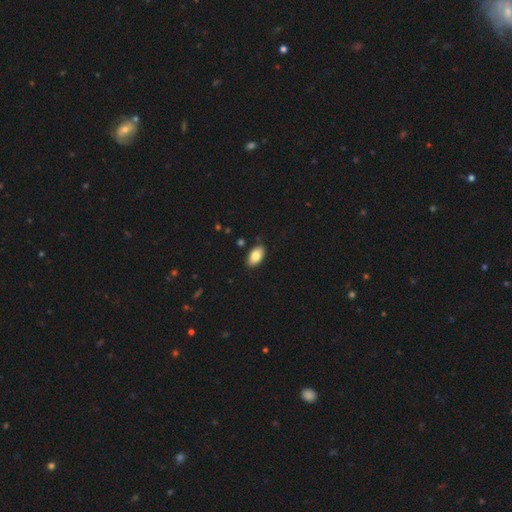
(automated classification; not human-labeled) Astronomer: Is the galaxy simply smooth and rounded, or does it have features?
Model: smooth — 84%.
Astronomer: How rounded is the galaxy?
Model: in between — 94%.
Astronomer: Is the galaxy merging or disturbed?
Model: none — 85%.